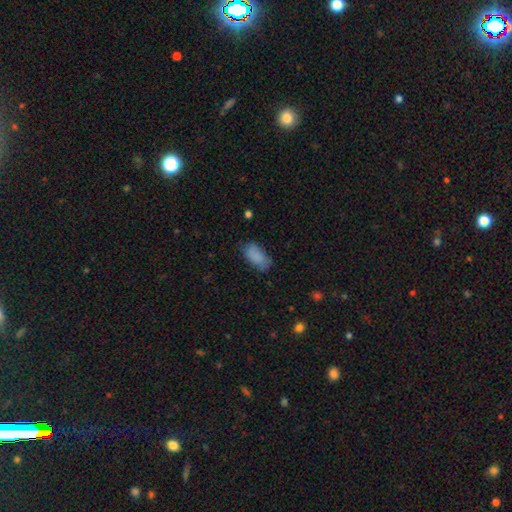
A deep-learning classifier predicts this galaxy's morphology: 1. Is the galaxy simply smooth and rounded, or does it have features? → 82% smooth, 10% featured or disk, 8% star or artifact.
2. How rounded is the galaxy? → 93% in between, 4% round, 3% cigar-shaped.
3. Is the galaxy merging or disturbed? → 59% none, 29% minor disturbance, 10% major disturbance, 2% merger.